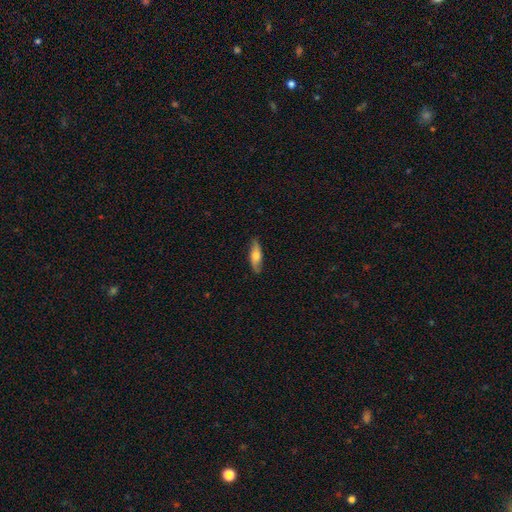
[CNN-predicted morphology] This is possibly a smooth galaxy (57%). How rounded: possibly cigar-shaped (51%). Merging: clearly none (83%).